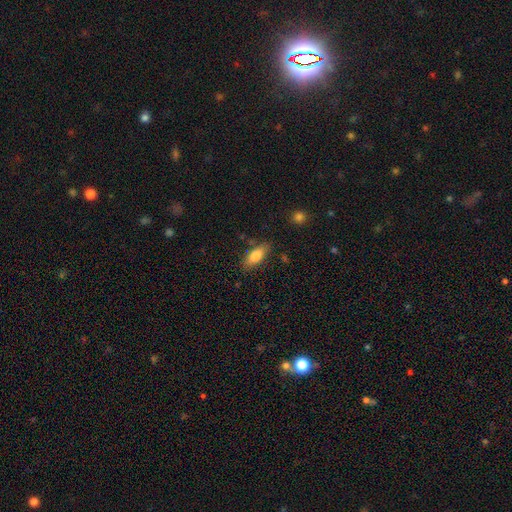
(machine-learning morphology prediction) Smooth or featured?
  - smooth: 78% *
  - featured or disk: 15%
  - star or artifact: 7%
How rounded?
  - in between: 78% *
  - cigar-shaped: 20%
  - round: 3%
Merging?
  - none: 80% *
  - minor disturbance: 14%
  - major disturbance: 3%
  - merger: 3%